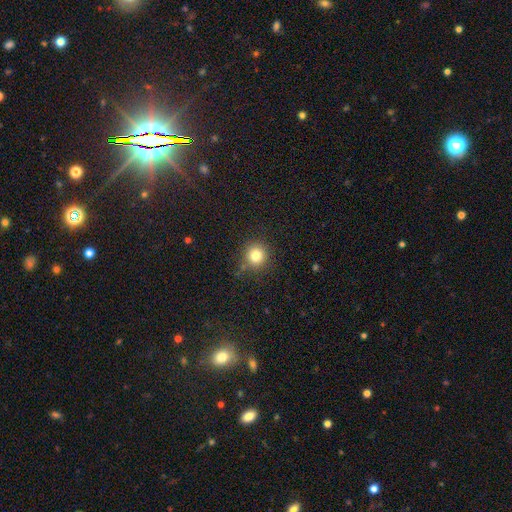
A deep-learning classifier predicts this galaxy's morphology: Overall: smooth (81%). How rounded: round (92%). Merging: none (84%).